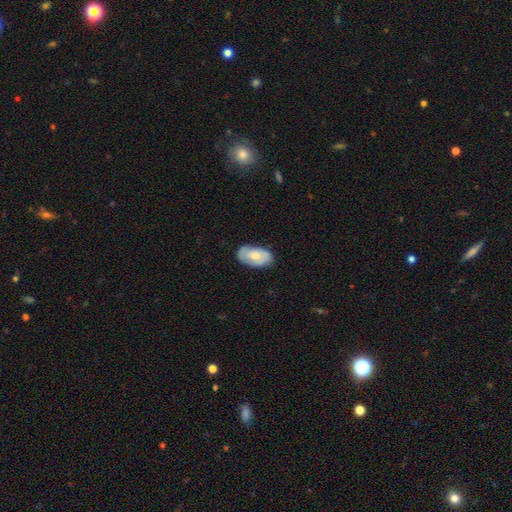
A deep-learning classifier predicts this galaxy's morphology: The model was most divided on "smooth or featured": smooth: 52%, featured or disk: 42%, star or artifact: 6%. More confident: how rounded — in between (93%); merging — none (76%).